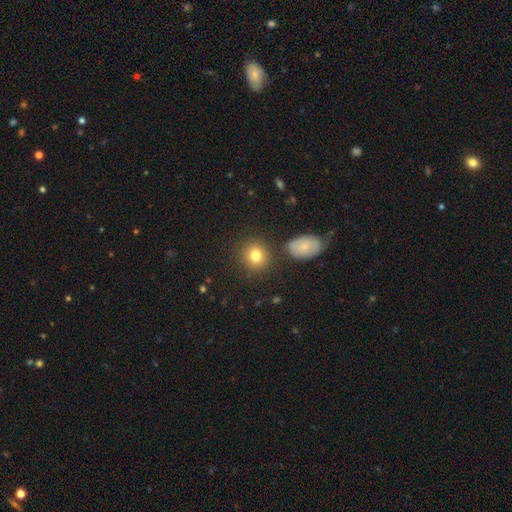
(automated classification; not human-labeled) Smooth or featured: smooth — 81% (star or artifact — 10%)
How rounded: round — 86% (in between — 13%)
Merging: none — 83% (minor disturbance — 8%)